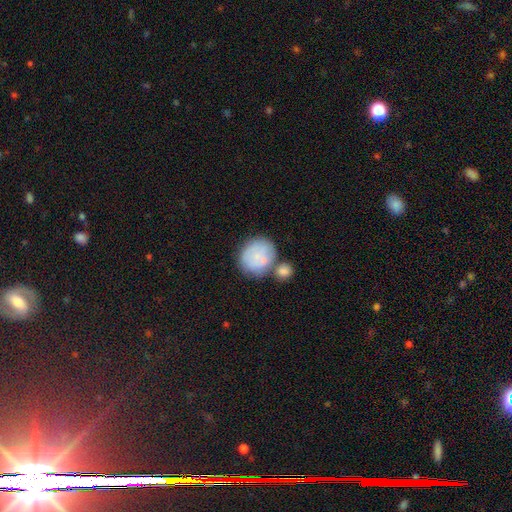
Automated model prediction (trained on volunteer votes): smooth 70%, featured or disk 23%, star or artifact 7%. Down the decision tree: how rounded — round (77%); merging — none (48%).